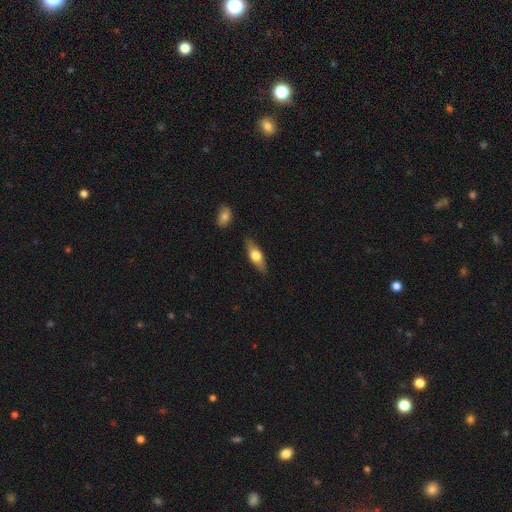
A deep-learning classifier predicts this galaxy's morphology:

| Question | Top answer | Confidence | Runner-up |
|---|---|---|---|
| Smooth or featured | smooth | 56% | featured or disk (38%) |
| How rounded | in between | 58% | cigar-shaped (39%) |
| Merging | none | 85% | minor disturbance (10%) |